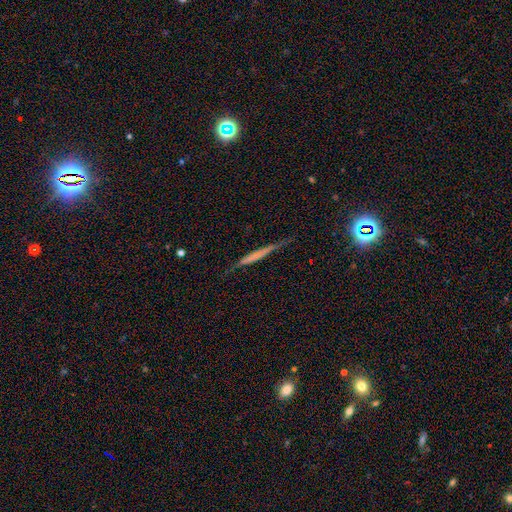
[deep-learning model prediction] Smooth or featured: featured or disk — 54% (smooth — 39%)
Edge-on disk: yes — 95% (no — 5%)
Edge-on bulge: none — 79% (boxy — 11%)
Merging: none — 79% (minor disturbance — 15%)